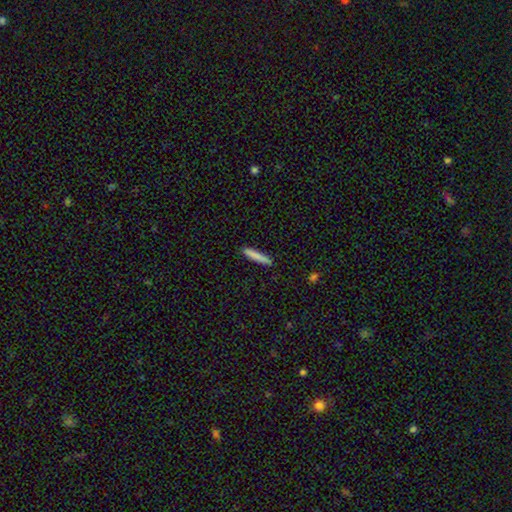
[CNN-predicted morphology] This appears to be a smooth galaxy with no disk features (83%) that is cigar-shaped (93%). Merging: none (90%).